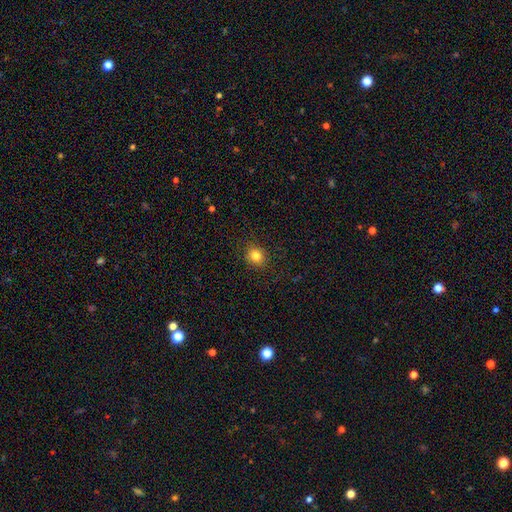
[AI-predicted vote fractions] This appears to be a smooth galaxy with no disk features (82%) that is round (79%). Merging: none (88%).